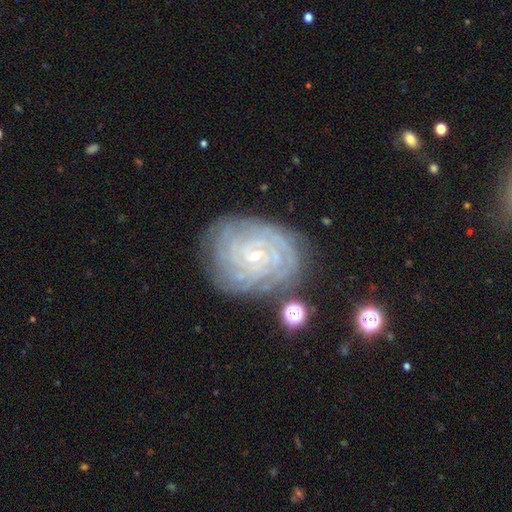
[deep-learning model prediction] Morphology: type=featured or disk (88%); edge-on=no (97%); bar=no (69%); spiral arms=yes (98%); winding=tight (86%); arm count=4 (27%); bulge=small (86%); merging=none (78%).